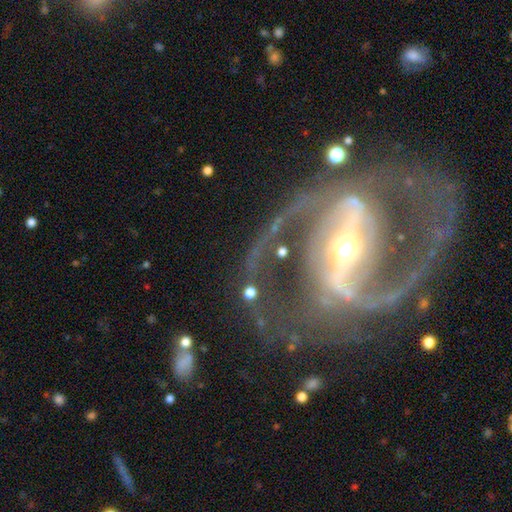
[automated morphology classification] Overall: featured or disk (92%). Edge-on disk: no (97%). Bar: strong (72%). Spiral arms: yes (98%). Spiral arm count: 2 (93%). Spiral winding: medium (61%). Bulge size: small (49%; moderate 44%). Merging: none (75%).